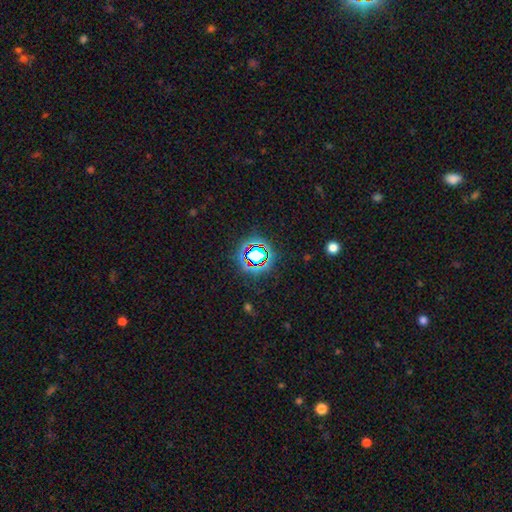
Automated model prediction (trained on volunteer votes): Overall: star or artifact (67%).